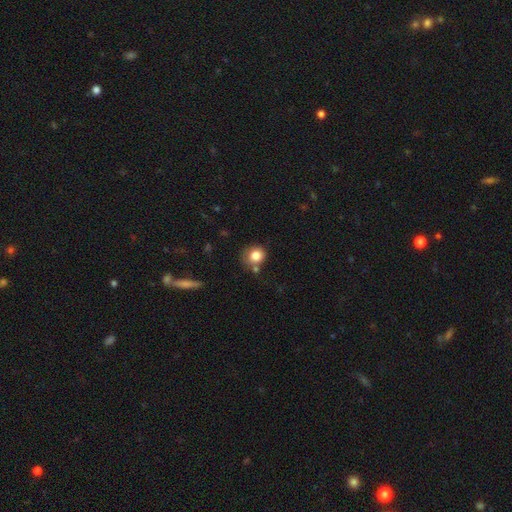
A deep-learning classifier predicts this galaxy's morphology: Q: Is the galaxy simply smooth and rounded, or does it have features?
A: smooth — 81%.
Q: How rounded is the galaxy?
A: round — 83%.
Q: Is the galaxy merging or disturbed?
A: none — 65%.